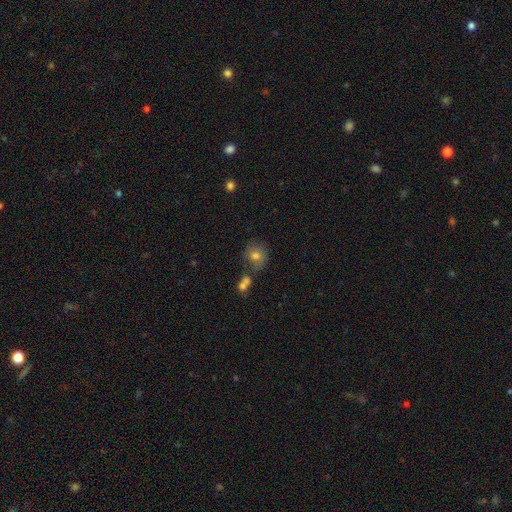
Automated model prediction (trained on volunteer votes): Q: Smooth or featured?
A: smooth (74%); runner-up: featured or disk (14%)
Q: How rounded?
A: round (80%); runner-up: in between (19%)
Q: Merging?
A: none (58%); runner-up: merger (21%)